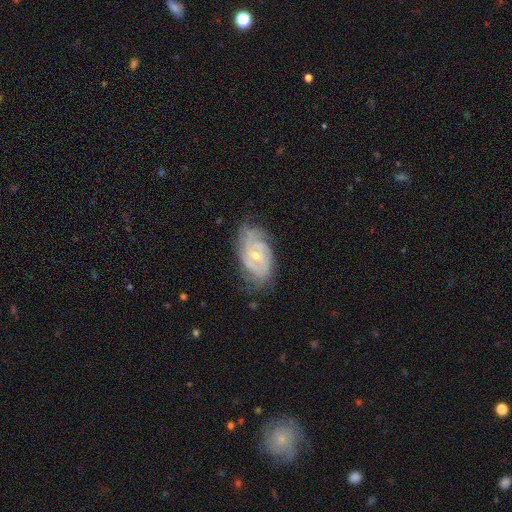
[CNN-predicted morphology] Smooth or featured? Predicted: featured or disk (p=0.83). Edge-on disk? Predicted: no (p=0.96). Bar? Predicted: no (p=0.59). Spiral arms? Predicted: yes (p=0.95). Spiral winding? Predicted: tight (p=0.65). Spiral arm count? Predicted: can't tell (p=0.30). Bulge size? Predicted: small (p=0.55). Merging? Predicted: none (p=0.71).